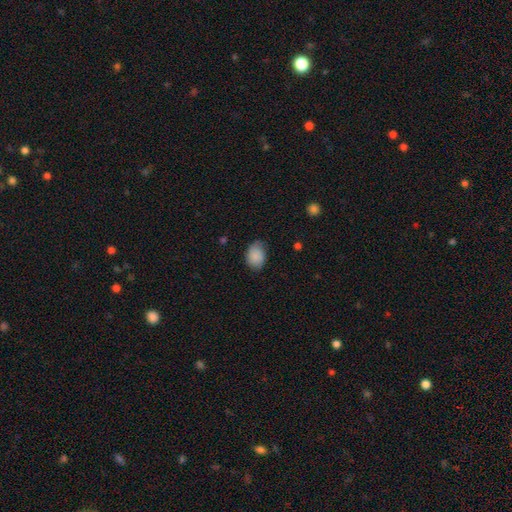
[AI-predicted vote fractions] smooth 87%, star or artifact 7%, featured or disk 6%. Down the decision tree: how rounded — in between (72%); merging — none (67%).